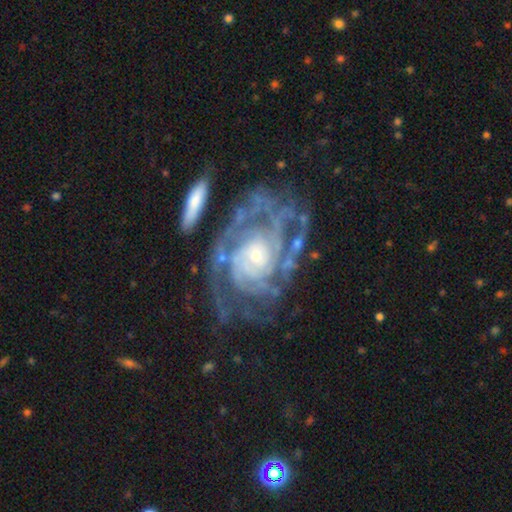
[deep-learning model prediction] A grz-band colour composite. It shows a featured or disk galaxy (90%) with no bar (73%), tight (71%) spiral arms (96%) and a small central bulge (68%). Merging: none (56%).